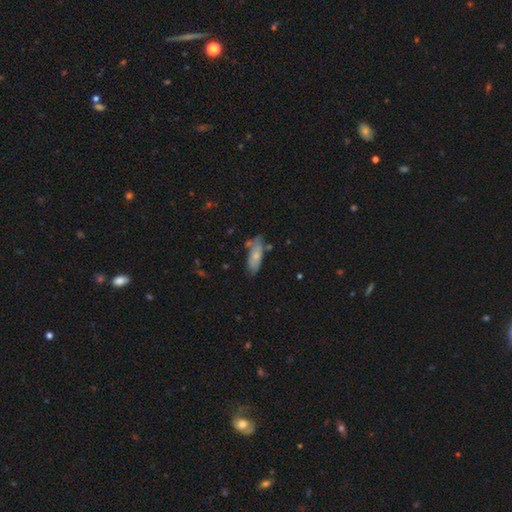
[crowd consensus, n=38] Smooth or featured: smooth — 61% (featured or disk — 32%)
How rounded: in between — 52% (cigar-shaped — 43%)
Merging: none — 54% (minor disturbance — 31%)